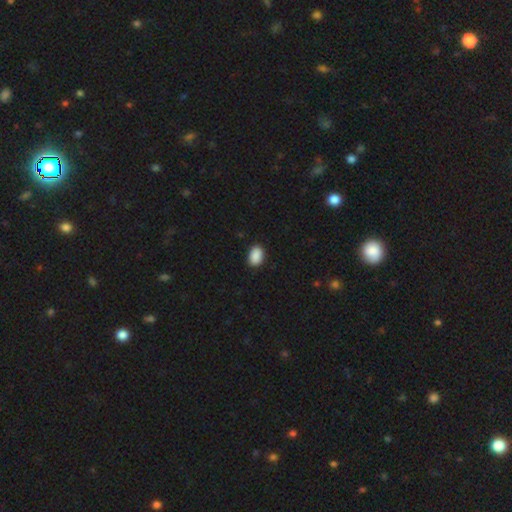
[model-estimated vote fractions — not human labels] Smooth or featured?
  - smooth: 90% *
  - star or artifact: 7%
  - featured or disk: 2%
How rounded?
  - in between: 85% *
  - round: 14%
  - cigar-shaped: 1%
Merging?
  - none: 89% *
  - minor disturbance: 8%
  - major disturbance: 2%
  - merger: 1%